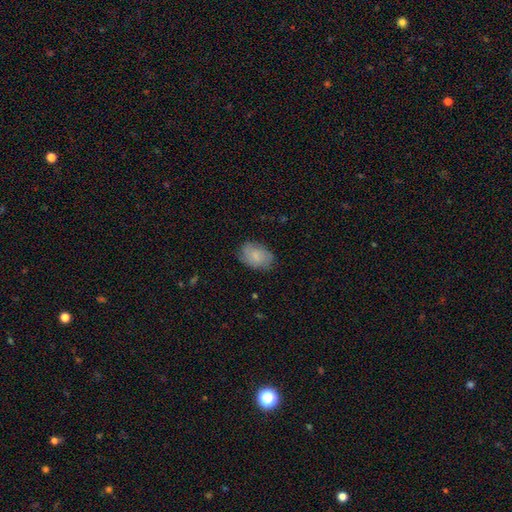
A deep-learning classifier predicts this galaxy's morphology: type=smooth (74%); roundness=in between (86%); merging=none (75%).